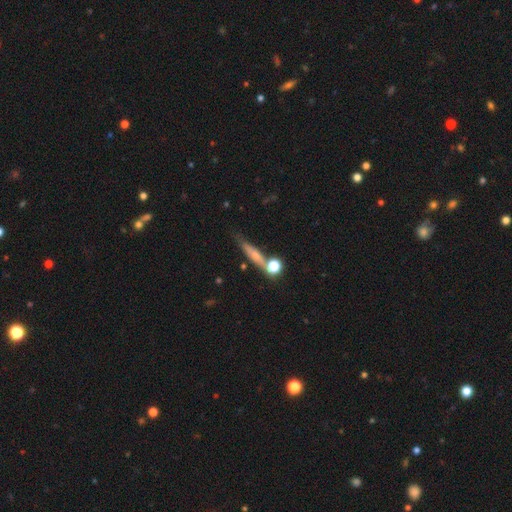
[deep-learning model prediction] smooth-or-featured: smooth: 55% | featured or disk: 34% | star or artifact: 11%
  how-rounded: cigar-shaped: 74% | in between: 15% | round: 11%
  merging: none: 61% | minor disturbance: 17% | merger: 15% | major disturbance: 7%